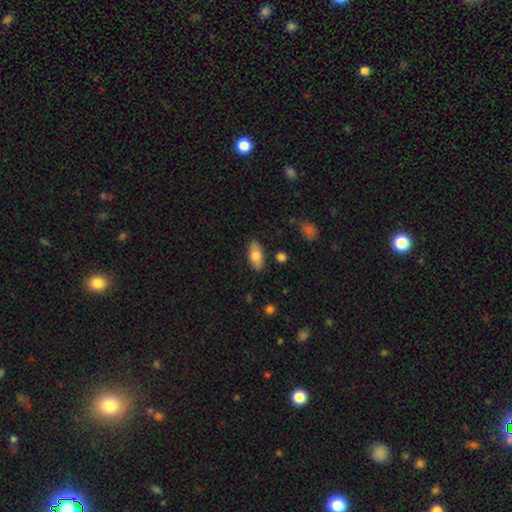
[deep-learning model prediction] This appears to be a smooth galaxy with no disk features (74%) that is in between round and cigar-shaped (91%). Merging: none (85%).